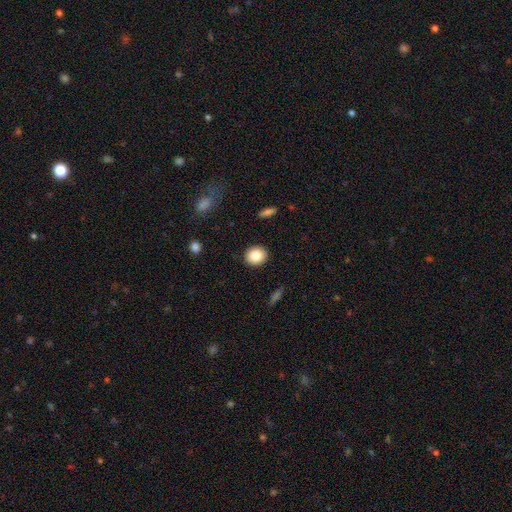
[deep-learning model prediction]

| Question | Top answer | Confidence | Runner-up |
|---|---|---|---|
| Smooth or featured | smooth | 85% | star or artifact (8%) |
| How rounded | round | 74% | in between (25%) |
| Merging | none | 91% | minor disturbance (6%) |